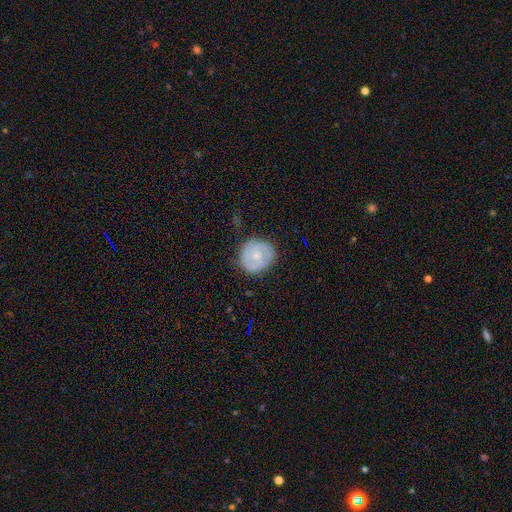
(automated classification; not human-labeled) Smooth or featured: featured or disk — 57% (smooth — 37%)
Edge-on disk: no — 98% (yes — 2%)
Bar: no — 71% (weak — 25%)
Spiral arms: yes — 79% (no — 21%)
Bulge size: small — 64% (moderate — 30%)
Merging: none — 81% (minor disturbance — 14%)